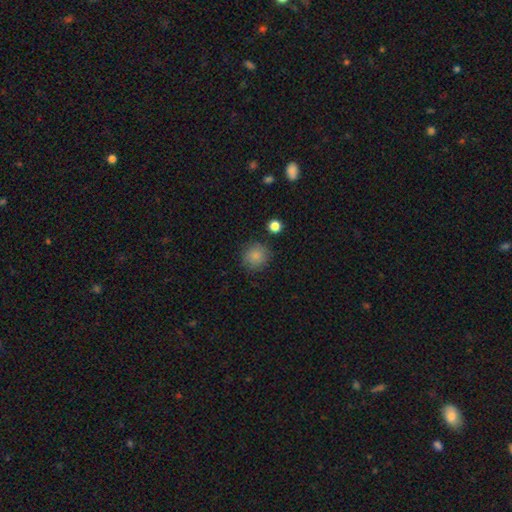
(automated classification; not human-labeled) Morphology: type=smooth (85%); roundness=round (91%); merging=none (85%).